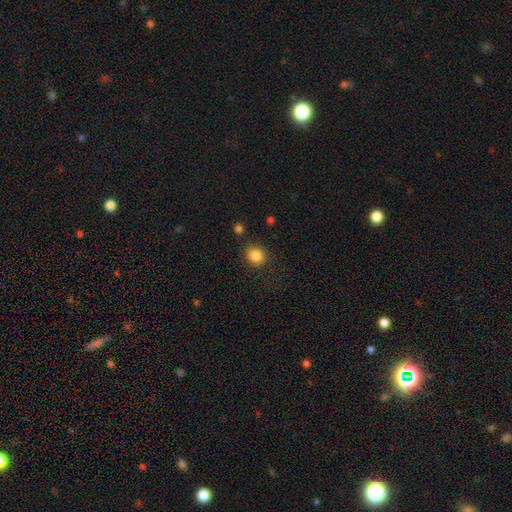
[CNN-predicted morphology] Smooth or featured: smooth — 85% (star or artifact — 11%)
How rounded: round — 78% (in between — 21%)
Merging: none — 84% (minor disturbance — 10%)